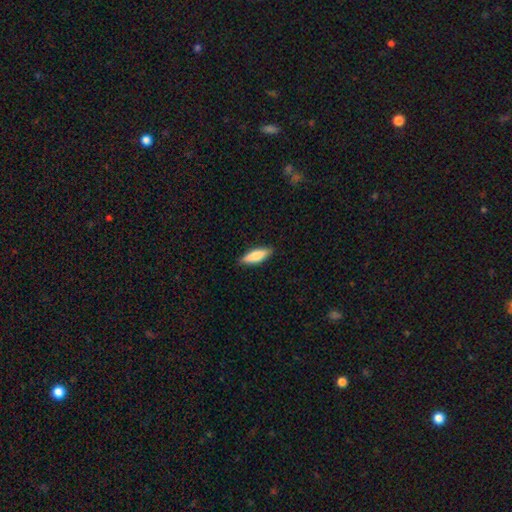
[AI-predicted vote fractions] smooth 72%, featured or disk 23%, star or artifact 6%. Down the decision tree: how rounded — in between (50%); merging — none (88%).